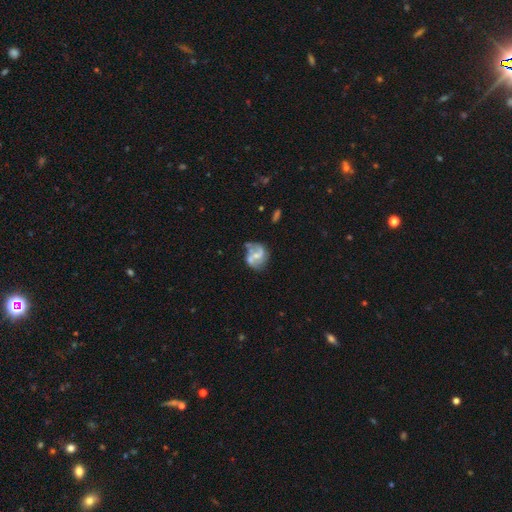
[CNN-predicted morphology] A featured or disk galaxy (70%) with no bar (50%), 2 (71%) medium (43%) spiral arms (75%) and a small central bulge (47%). Merging: none (44%).